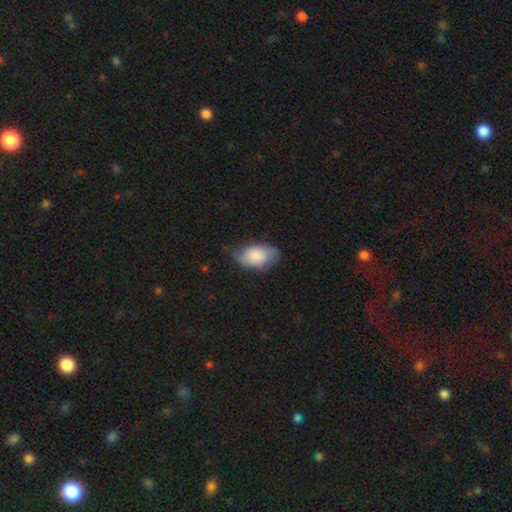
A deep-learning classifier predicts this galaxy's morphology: smooth 80%, featured or disk 14%, star or artifact 7%. Down the decision tree: how rounded — in between (92%); merging — none (54%).